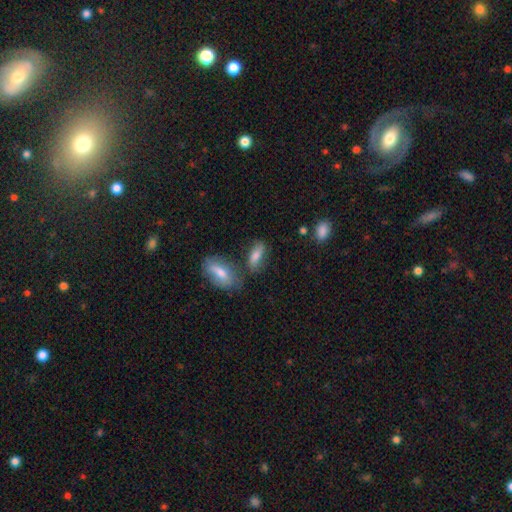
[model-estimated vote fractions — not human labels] smooth-or-featured: smooth: 74% | featured or disk: 17% | star or artifact: 9%
  how-rounded: in between: 72% | cigar-shaped: 24% | round: 4%
  merging: none: 59% | minor disturbance: 21% | merger: 14% | major disturbance: 7%